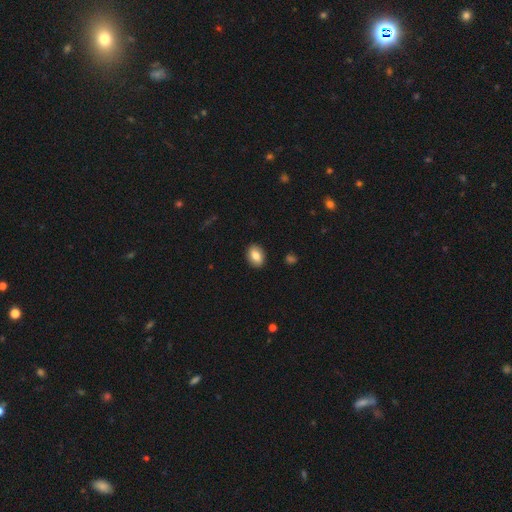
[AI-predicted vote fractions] This appears to be a smooth galaxy with no disk features (79%) that is in between round and cigar-shaped (74%). Merging: none (90%).